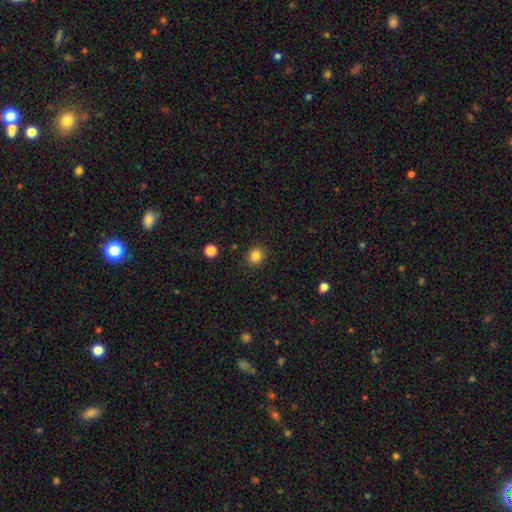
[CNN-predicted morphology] smooth 84%, star or artifact 12%, featured or disk 4%. Down the decision tree: how rounded — round (82%); merging — none (90%).